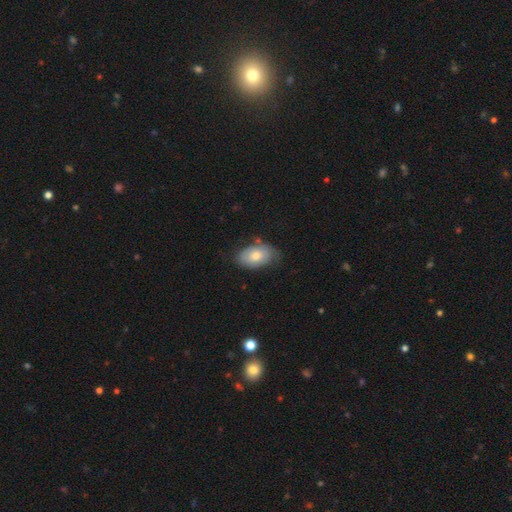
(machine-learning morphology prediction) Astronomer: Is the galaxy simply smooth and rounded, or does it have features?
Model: smooth — 68%.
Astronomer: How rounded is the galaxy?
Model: in between — 90%.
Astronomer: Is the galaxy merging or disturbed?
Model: none — 63%.